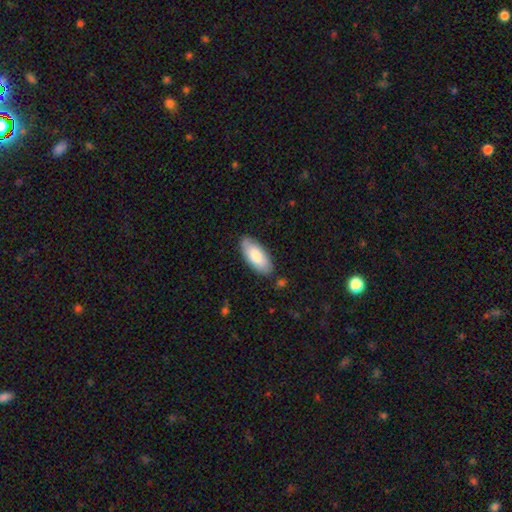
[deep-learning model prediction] Smooth or featured?
  - smooth: 78% *
  - featured or disk: 17%
  - star or artifact: 5%
How rounded?
  - in between: 88% *
  - cigar-shaped: 10%
  - round: 2%
Merging?
  - none: 83% *
  - minor disturbance: 13%
  - major disturbance: 2%
  - merger: 2%